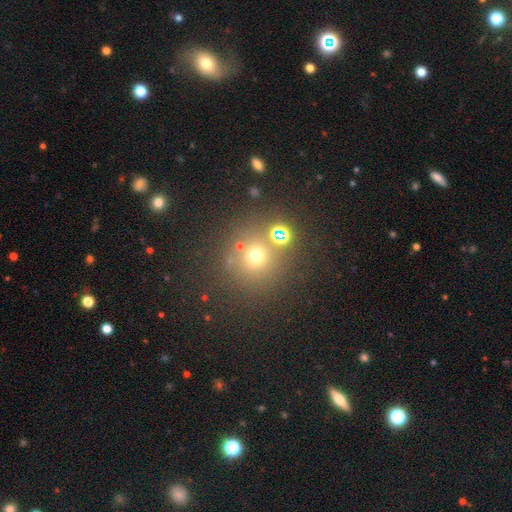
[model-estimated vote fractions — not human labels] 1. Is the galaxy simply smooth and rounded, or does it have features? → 64% smooth, 27% star or artifact, 10% featured or disk.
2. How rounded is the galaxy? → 92% round, 7% in between, 1% cigar-shaped.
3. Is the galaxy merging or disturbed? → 75% none, 11% merger, 9% minor disturbance, 5% major disturbance.